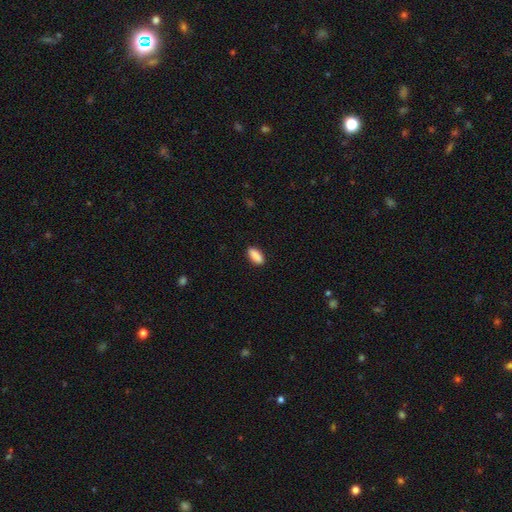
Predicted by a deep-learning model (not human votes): Smooth or featured: smooth — 89% (star or artifact — 7%)
How rounded: in between — 79% (cigar-shaped — 19%)
Merging: none — 89% (minor disturbance — 8%)